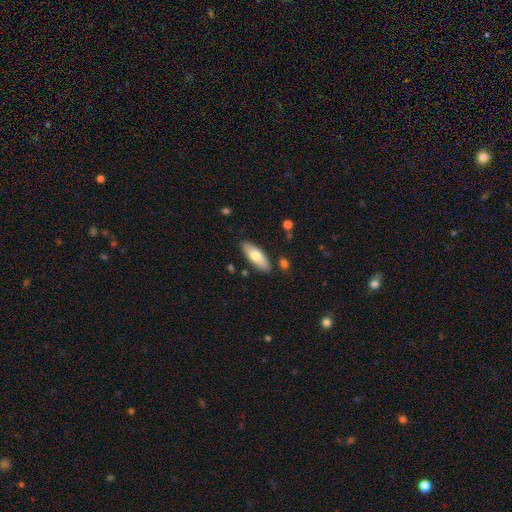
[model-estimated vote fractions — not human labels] This appears to be a smooth galaxy with no disk features (71%) that is in between round and cigar-shaped (68%). Merging: none (86%).